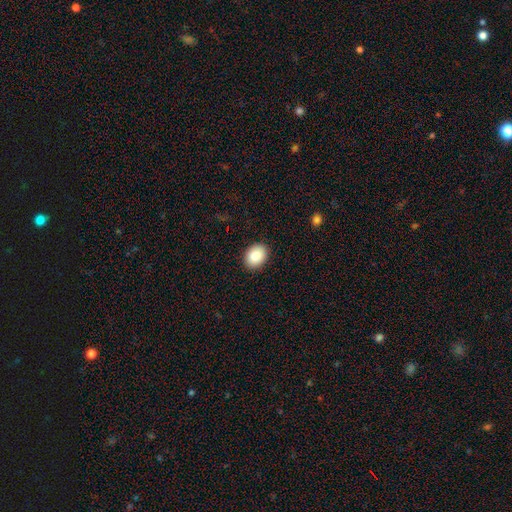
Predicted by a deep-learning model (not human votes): This is clearly a smooth galaxy (85%). How rounded: likely in between (66%). Merging: clearly none (90%).